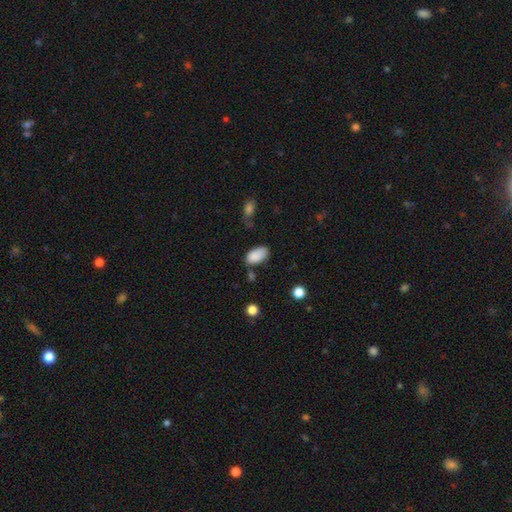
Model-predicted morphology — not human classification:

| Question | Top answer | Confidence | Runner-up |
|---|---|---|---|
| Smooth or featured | smooth | 88% | star or artifact (8%) |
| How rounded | in between | 94% | round (4%) |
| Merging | none | 65% | minor disturbance (23%) |